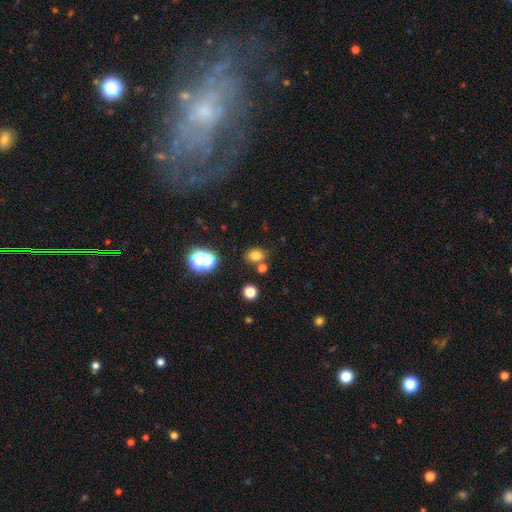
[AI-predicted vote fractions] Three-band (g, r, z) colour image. It shows a smooth galaxy with no disk features (75%) that is round (51%). Merging: none (71%).